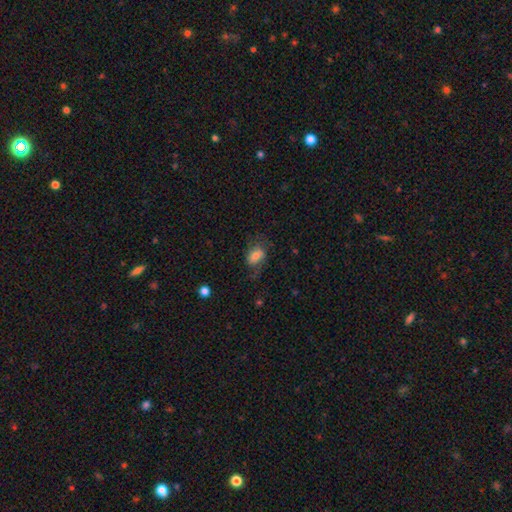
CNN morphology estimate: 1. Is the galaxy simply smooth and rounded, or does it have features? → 65% smooth, 26% featured or disk, 9% star or artifact.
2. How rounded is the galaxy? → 77% in between, 21% round, 1% cigar-shaped.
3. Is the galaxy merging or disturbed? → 54% none, 24% minor disturbance, 20% major disturbance, 2% merger.